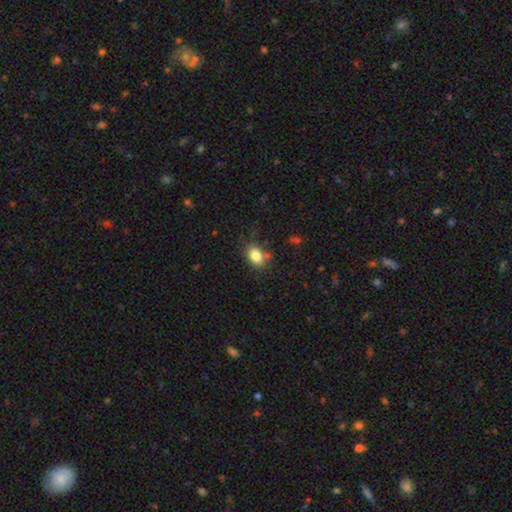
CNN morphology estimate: This appears to be a smooth galaxy with no disk features (83%) that is in between round and cigar-shaped (77%). Merging: none (73%).